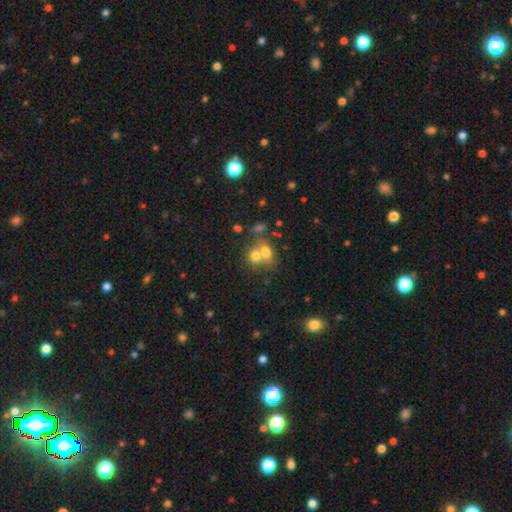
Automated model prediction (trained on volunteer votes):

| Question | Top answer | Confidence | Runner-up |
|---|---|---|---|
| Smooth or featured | smooth | 71% | featured or disk (17%) |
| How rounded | in between | 58% | round (39%) |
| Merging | merger | 59% | none (28%) |